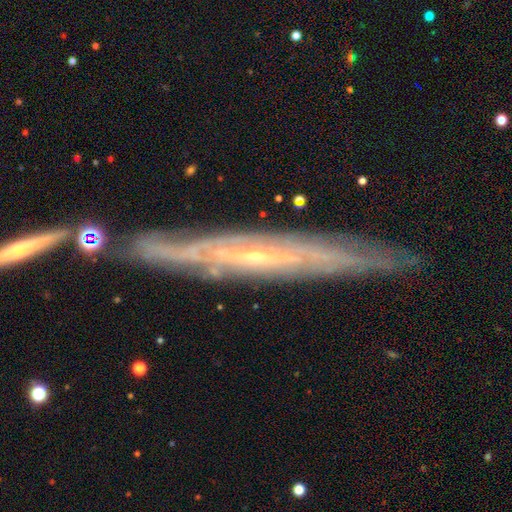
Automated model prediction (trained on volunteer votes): This appears to be a featured or disk galaxy (75%) viewed edge-on (79%) with no central bulge (63%). Merging: none (78%).